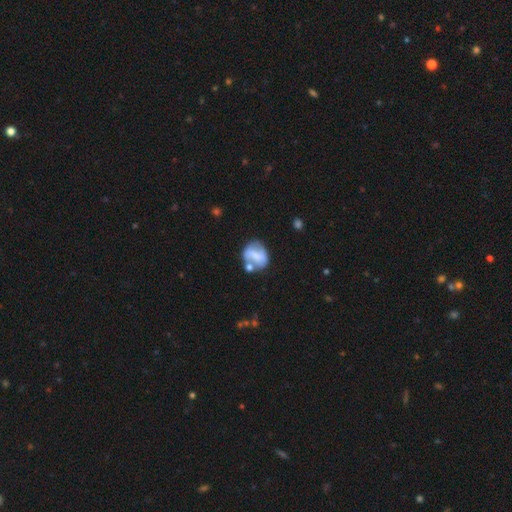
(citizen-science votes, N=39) This is possibly a smooth galaxy (46%). How rounded: possibly round (56%). Merging: marginally none (43%).